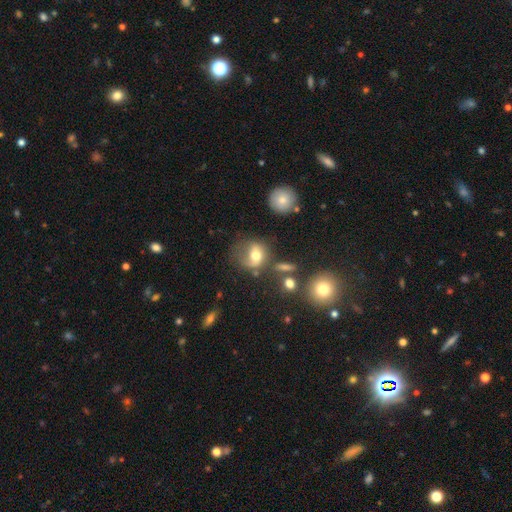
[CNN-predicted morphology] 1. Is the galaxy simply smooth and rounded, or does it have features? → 58% smooth, 31% featured or disk, 12% star or artifact.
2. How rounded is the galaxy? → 57% round, 41% in between, 2% cigar-shaped.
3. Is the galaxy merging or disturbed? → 39% none, 27% major disturbance, 26% minor disturbance, 8% merger.